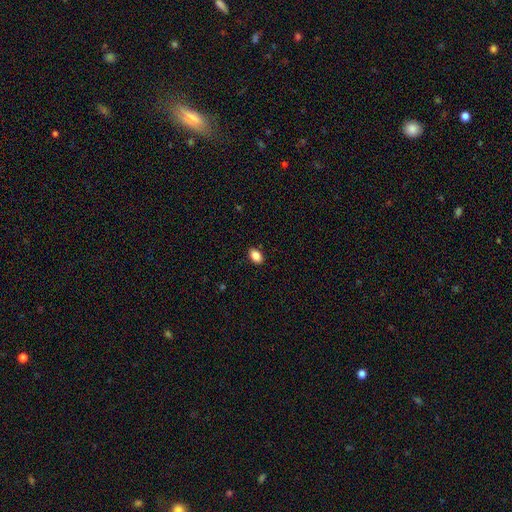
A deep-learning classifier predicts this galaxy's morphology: Smooth or featured: smooth — 87% (star or artifact — 9%)
How rounded: in between — 85% (round — 14%)
Merging: none — 88% (minor disturbance — 9%)